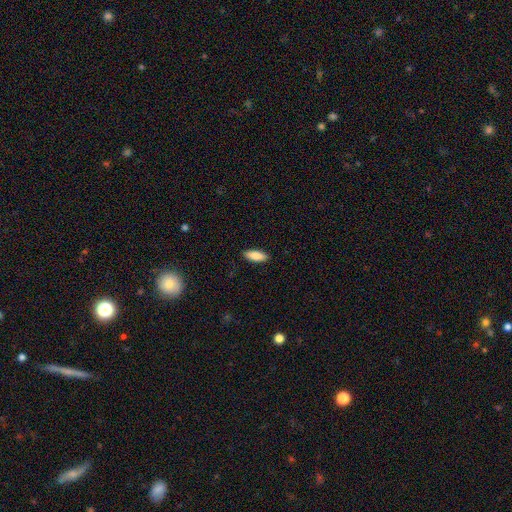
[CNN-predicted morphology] smooth-or-featured: smooth: 86% | featured or disk: 8% | star or artifact: 6%
  how-rounded: in between: 73% | cigar-shaped: 25% | round: 2%
  merging: none: 89% | minor disturbance: 8% | major disturbance: 2% | merger: 1%